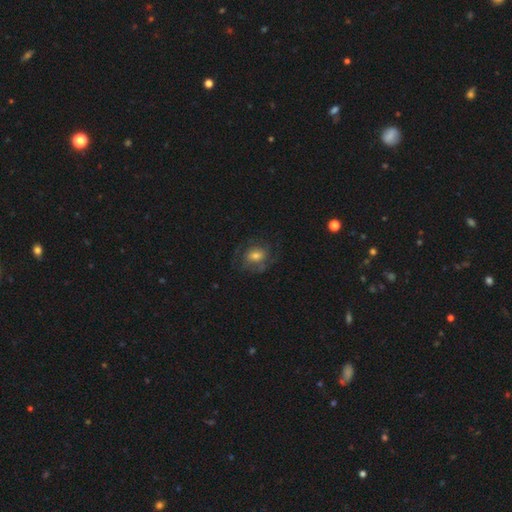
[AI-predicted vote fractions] A featured or disk galaxy (48%).

Vote fractions:
- Smooth or featured? featured or disk: 48% / smooth: 41% / star or artifact: 11%
- Merging? none: 63% / minor disturbance: 20% / major disturbance: 15% / merger: 2%